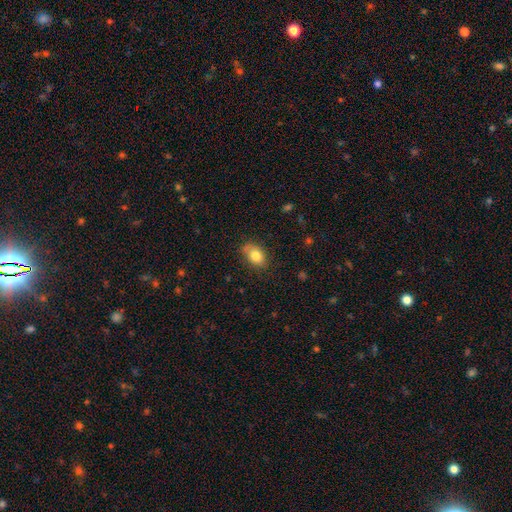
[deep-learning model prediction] This is clearly a smooth galaxy (81%). How rounded: likely in between (80%). Merging: likely none (72%).